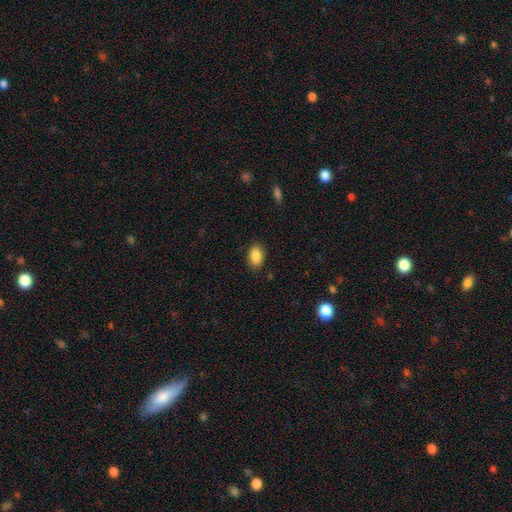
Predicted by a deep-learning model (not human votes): A smooth galaxy with no disk features (87%) that is in between round and cigar-shaped (90%). Merging: none (88%).